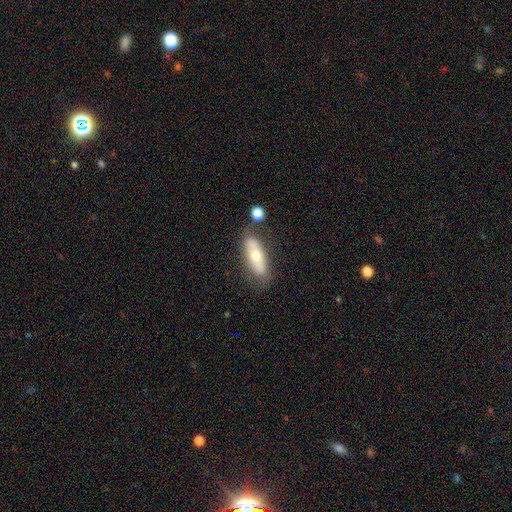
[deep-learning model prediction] Morphology: type=smooth (55%); roundness=in between (65%); merging=none (69%).